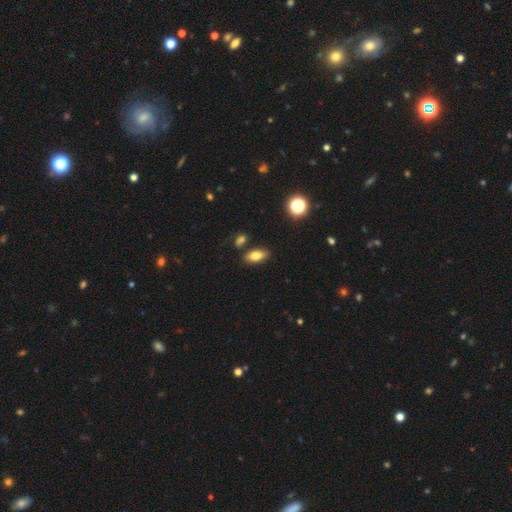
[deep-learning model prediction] Smooth or featured? Predicted: smooth (p=0.78). How rounded? Predicted: in between (p=0.86). Merging? Predicted: none (p=0.81).